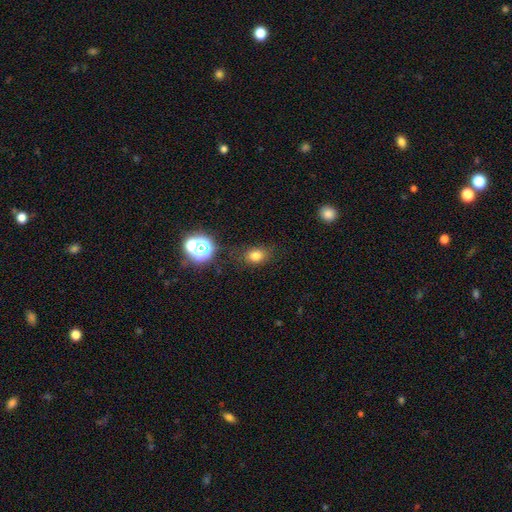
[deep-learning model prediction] smooth-or-featured: smooth: 75% | star or artifact: 18% | featured or disk: 7%
  how-rounded: in between: 59% | round: 39% | cigar-shaped: 1%
  merging: none: 78% | minor disturbance: 15% | major disturbance: 5% | merger: 3%